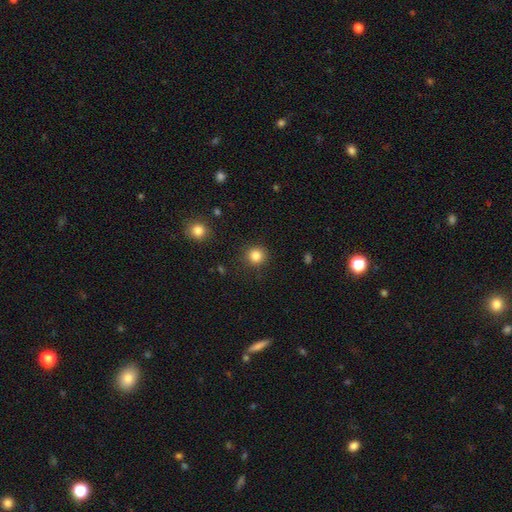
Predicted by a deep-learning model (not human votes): The model was most divided on "smooth or featured": smooth: 84%, star or artifact: 12%, featured or disk: 4%. More confident: how rounded — round (93%); merging — none (90%).